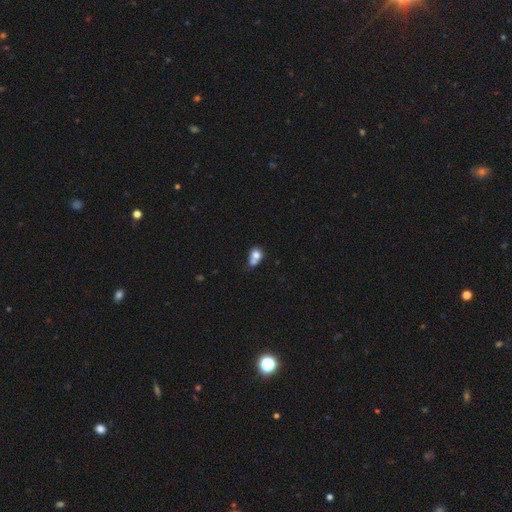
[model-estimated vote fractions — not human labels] This is likely a smooth galaxy (73%). How rounded: possibly in between (52%). Merging: possibly merger (49%).